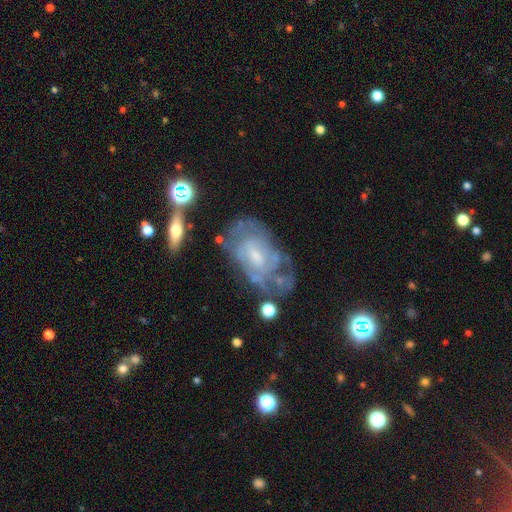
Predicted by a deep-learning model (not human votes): smooth-or-featured: featured or disk: 74% | smooth: 18% | star or artifact: 8%
  disk-edge-on: no: 95% | yes: 5%
    bar: no: 53% | weak: 40% | strong: 7%
    has-spiral-arms: yes: 70% | no: 30%
    bulge-size: small: 55% | moderate: 33% | none: 8% | large: 3% | dominant: 1%
  merging: none: 52% | minor disturbance: 25% | major disturbance: 17% | merger: 6%